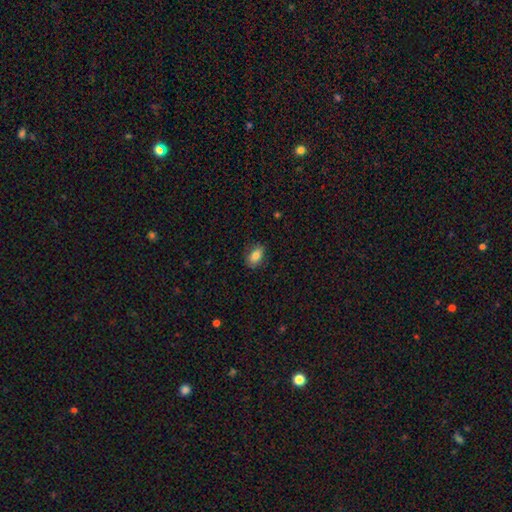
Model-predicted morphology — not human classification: Smooth or featured?
  - smooth: 82% *
  - featured or disk: 10%
  - star or artifact: 8%
How rounded?
  - in between: 86% *
  - round: 11%
  - cigar-shaped: 2%
Merging?
  - none: 81% *
  - minor disturbance: 14%
  - major disturbance: 3%
  - merger: 1%